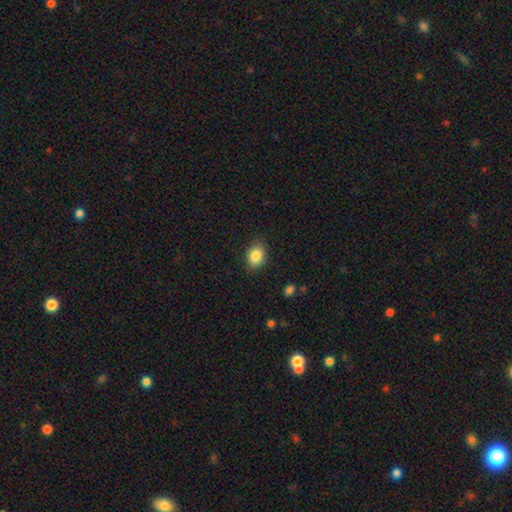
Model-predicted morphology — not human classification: Q: Smooth or featured?
A: smooth (86%); runner-up: star or artifact (8%)
Q: How rounded?
A: in between (74%); runner-up: round (25%)
Q: Merging?
A: none (86%); runner-up: minor disturbance (11%)